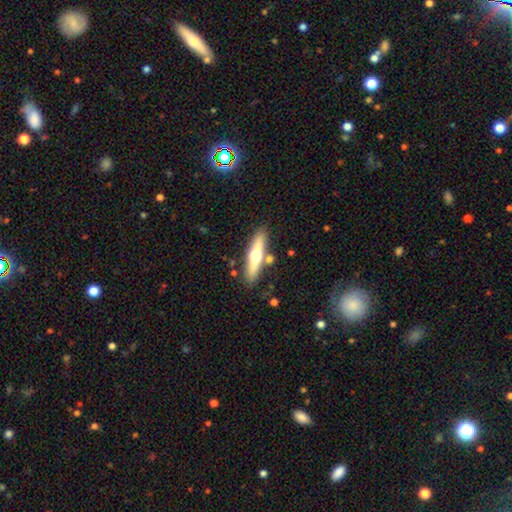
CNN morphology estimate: smooth_or_featured: featured or disk (p=0.56) [alt: smooth p=0.38]
disk_edge_on: yes (p=0.91) [alt: no p=0.09]
edge_on_bulge: rounded (p=0.95) [alt: none p=0.03]
merging: none (p=0.80) [alt: minor disturbance p=0.10]